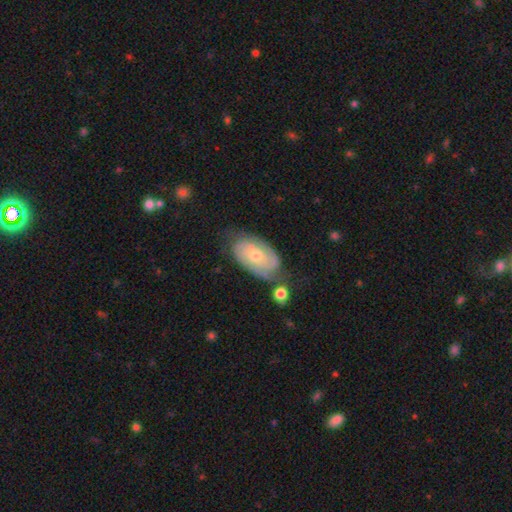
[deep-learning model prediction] smooth_or_featured: featured or disk (p=0.69) [alt: smooth p=0.24]
disk_edge_on: no (p=0.95) [alt: yes p=0.05]
bar: no (p=0.71) [alt: weak p=0.25]
has_spiral_arms: yes (p=0.88) [alt: no p=0.12]
spiral_winding: tight (p=0.64) [alt: medium p=0.28]
spiral_arm_count: 2 (p=0.47) [alt: can't tell p=0.34]
bulge_size: small (p=0.55) [alt: moderate p=0.40]
merging: none (p=0.63) [alt: minor disturbance p=0.23]